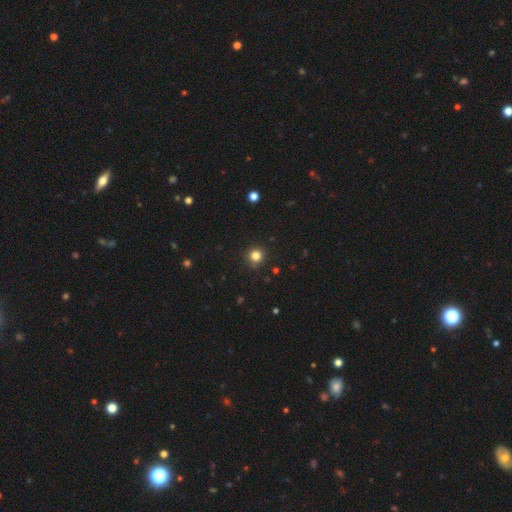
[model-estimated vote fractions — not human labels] Smooth or featured?
  - smooth: 82% *
  - star or artifact: 14%
  - featured or disk: 5%
How rounded?
  - round: 95% *
  - in between: 4%
  - cigar-shaped: 1%
Merging?
  - none: 91% *
  - minor disturbance: 6%
  - major disturbance: 2%
  - merger: 1%